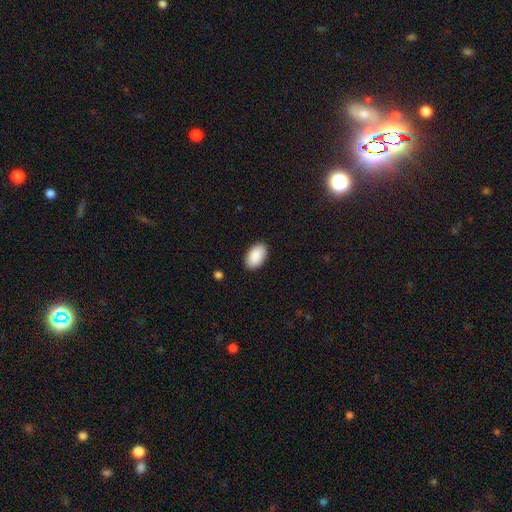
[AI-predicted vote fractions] Smooth or featured? smooth (91%)
How rounded? in between (95%)
Merging? none (89%)